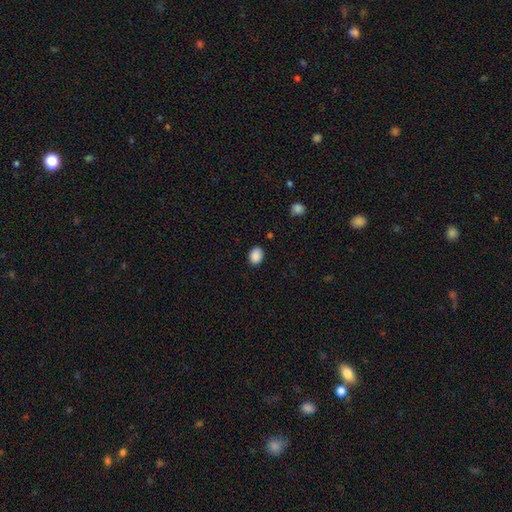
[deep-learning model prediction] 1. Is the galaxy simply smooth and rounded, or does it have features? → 89% smooth, 9% star or artifact, 3% featured or disk.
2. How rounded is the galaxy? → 61% in between, 39% round, 1% cigar-shaped.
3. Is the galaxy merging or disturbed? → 85% none, 11% minor disturbance, 2% major disturbance, 1% merger.